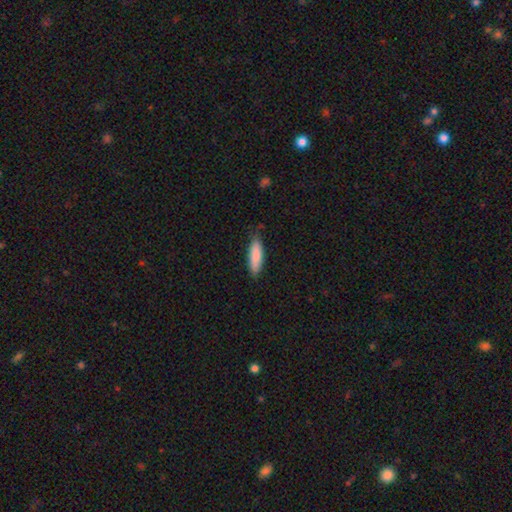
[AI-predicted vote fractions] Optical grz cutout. It shows a smooth galaxy with no disk features (87%) that is cigar-shaped (53%). Merging: none (78%).